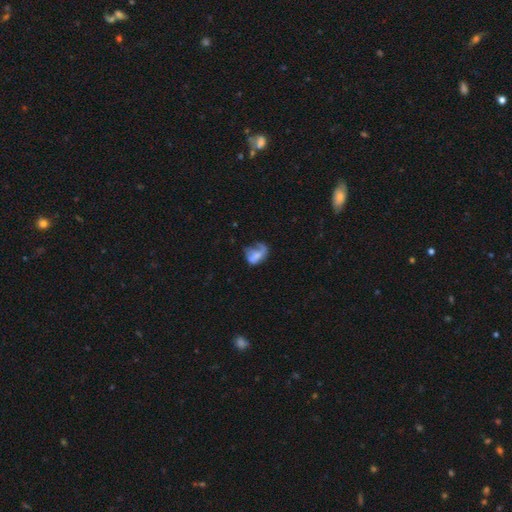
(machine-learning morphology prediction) The model was most divided on "smooth or featured": smooth: 49%, featured or disk: 40%, star or artifact: 10%. Remaining: merging — major disturbance (44%).